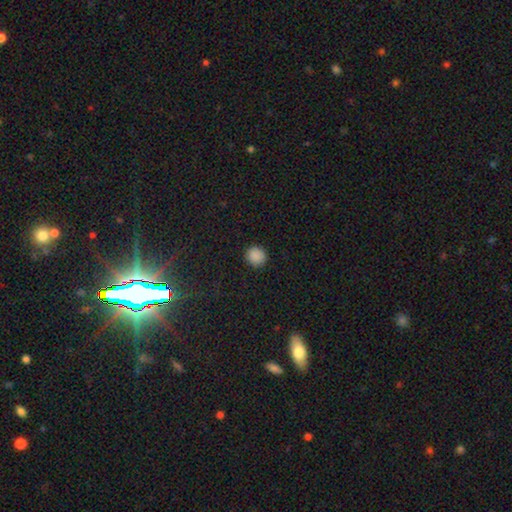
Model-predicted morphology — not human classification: Smooth or featured?
  - smooth: 88% *
  - star or artifact: 9%
  - featured or disk: 2%
How rounded?
  - round: 92% *
  - in between: 7%
  - cigar-shaped: 1%
Merging?
  - none: 92% *
  - minor disturbance: 6%
  - major disturbance: 2%
  - merger: 1%